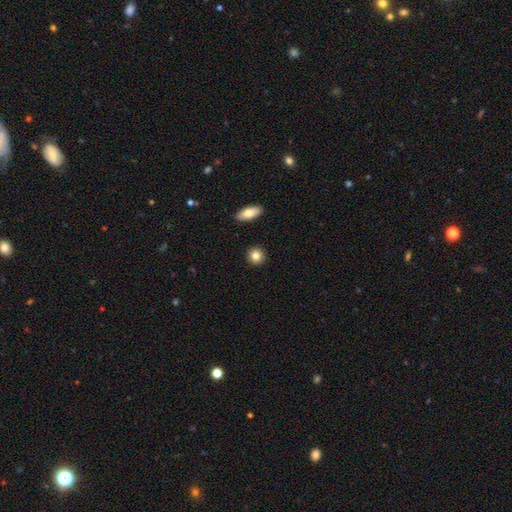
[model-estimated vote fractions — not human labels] smooth_or_featured: smooth (p=0.82) [alt: featured or disk p=0.09]
how_rounded: round (p=0.88) [alt: in between p=0.11]
merging: none (p=0.91) [alt: minor disturbance p=0.05]